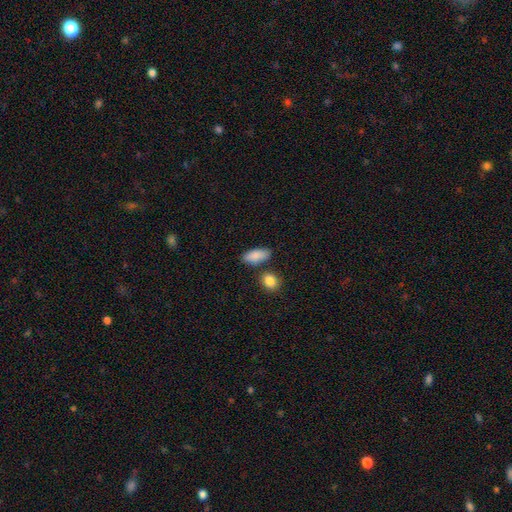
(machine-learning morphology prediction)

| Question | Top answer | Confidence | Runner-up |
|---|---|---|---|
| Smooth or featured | smooth | 87% | featured or disk (7%) |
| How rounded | in between | 87% | cigar-shaped (8%) |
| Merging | none | 71% | minor disturbance (15%) |